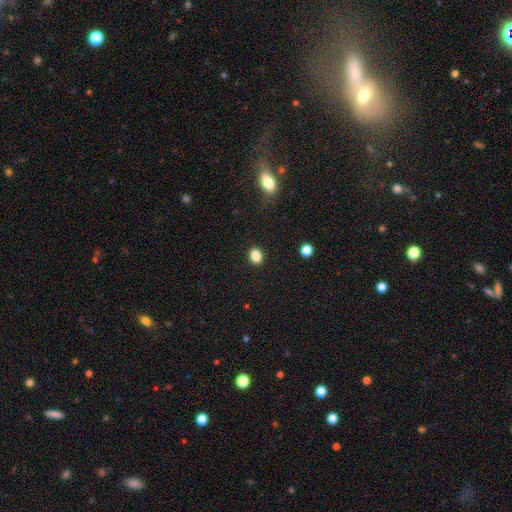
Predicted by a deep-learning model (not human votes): This appears to be a smooth galaxy with no disk features (86%) that is in between round and cigar-shaped (61%). Merging: none (89%).